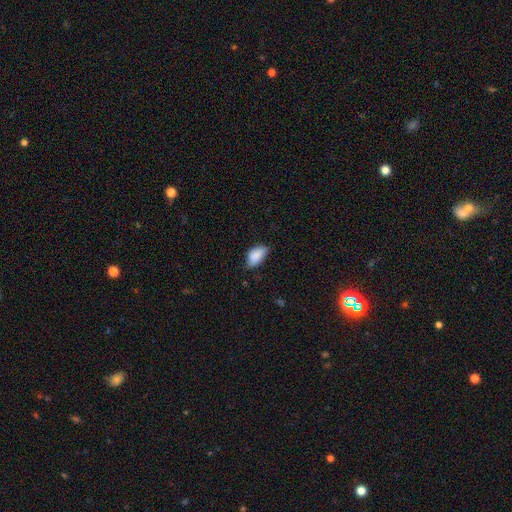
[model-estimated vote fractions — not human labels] Smooth or featured? smooth (87%)
How rounded? in between (93%)
Merging? none (61%)